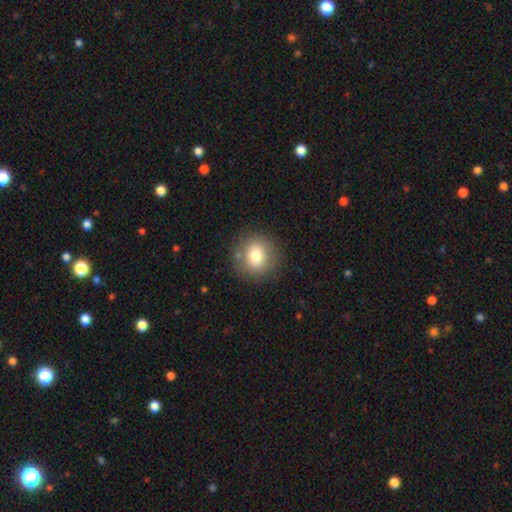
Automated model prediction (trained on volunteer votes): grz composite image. It shows a smooth galaxy with no disk features (76%) that is round (87%). Merging: none (85%).